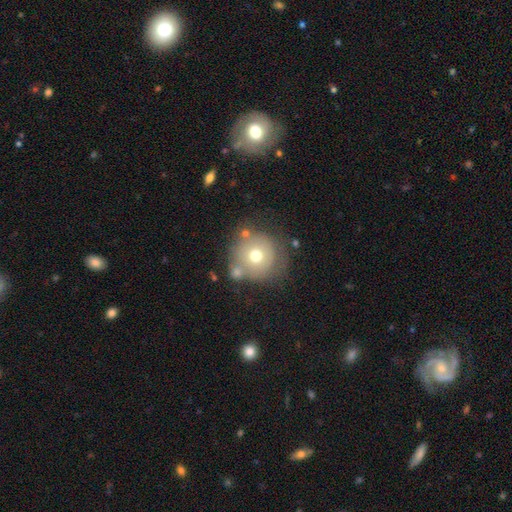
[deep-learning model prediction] This is likely a smooth galaxy (64%). How rounded: clearly round (93%). Merging: likely none (62%).